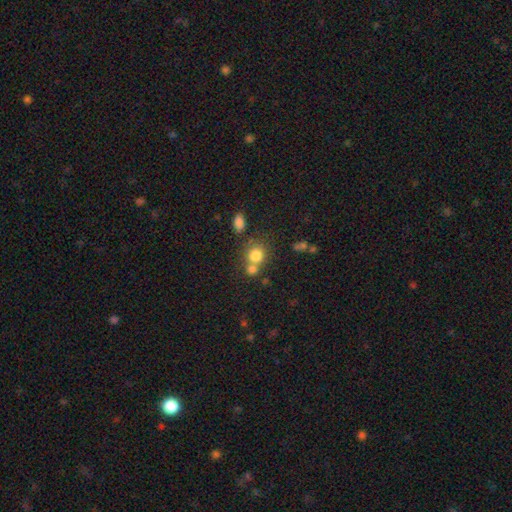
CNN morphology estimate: This is likely a smooth galaxy (78%). How rounded: clearly round (81%). Merging: possibly none (50%).